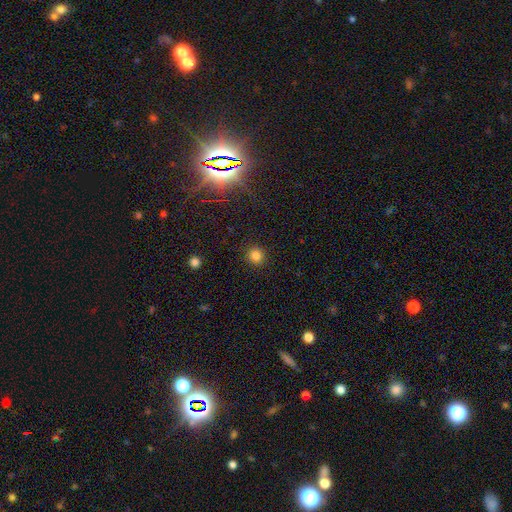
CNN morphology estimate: smooth-or-featured: smooth: 82% | star or artifact: 14% | featured or disk: 4%
  how-rounded: round: 92% | in between: 7% | cigar-shaped: 1%
  merging: none: 91% | minor disturbance: 6% | major disturbance: 2% | merger: 1%